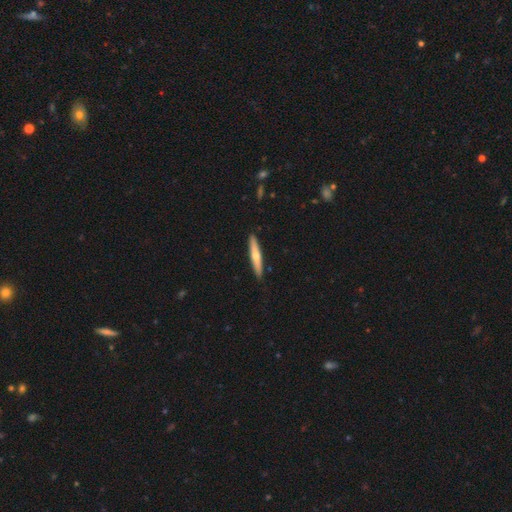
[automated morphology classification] Overall: featured or disk (48%; smooth 46%). Merging: none (91%).